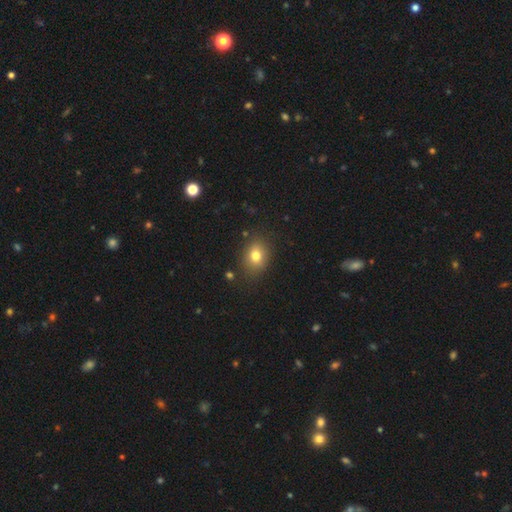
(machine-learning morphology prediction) smooth-or-featured: smooth: 78% | star or artifact: 12% | featured or disk: 10%
  how-rounded: in between: 57% | round: 42% | cigar-shaped: 1%
  merging: none: 82% | minor disturbance: 13% | major disturbance: 4% | merger: 2%